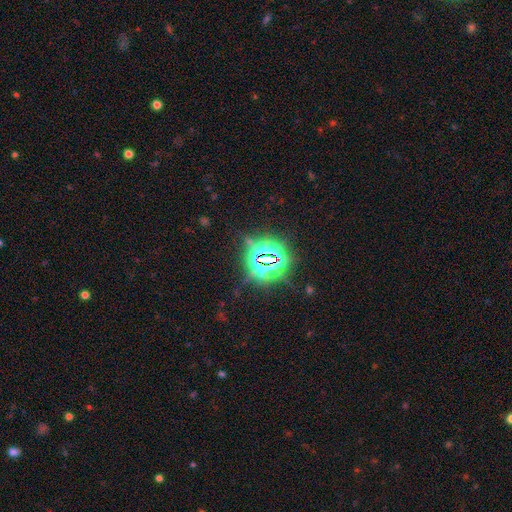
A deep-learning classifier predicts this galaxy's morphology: Smooth or featured? Predicted: star or artifact (p=0.83).